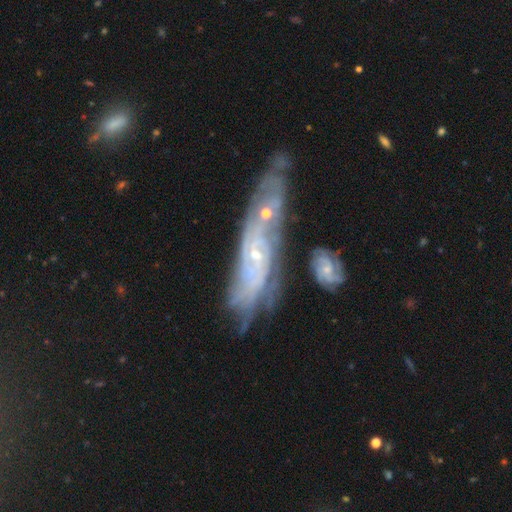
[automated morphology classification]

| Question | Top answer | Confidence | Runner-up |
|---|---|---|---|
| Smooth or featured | featured or disk | 81% | smooth (12%) |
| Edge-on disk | no | 81% | yes (19%) |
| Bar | no | 73% | weak (21%) |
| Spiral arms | yes | 89% | no (11%) |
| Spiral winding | tight | 73% | medium (21%) |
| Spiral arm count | can't tell | 58% | 2 (13%) |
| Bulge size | small | 80% | moderate (15%) |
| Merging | none | 55% | merger (21%) |